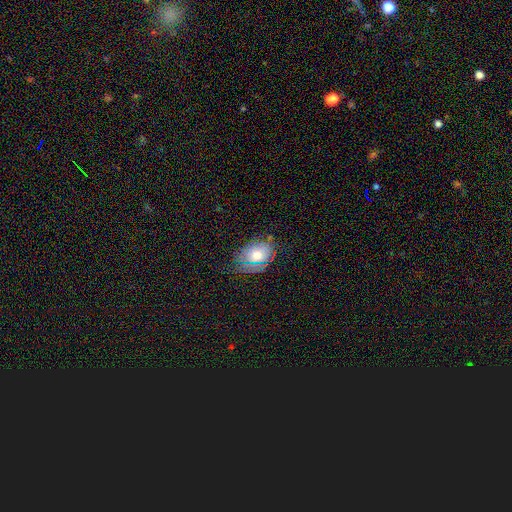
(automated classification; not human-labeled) Q: Smooth or featured?
A: smooth (64%); runner-up: featured or disk (22%)
Q: How rounded?
A: in between (70%); runner-up: round (28%)
Q: Merging?
A: none (71%); runner-up: minor disturbance (21%)